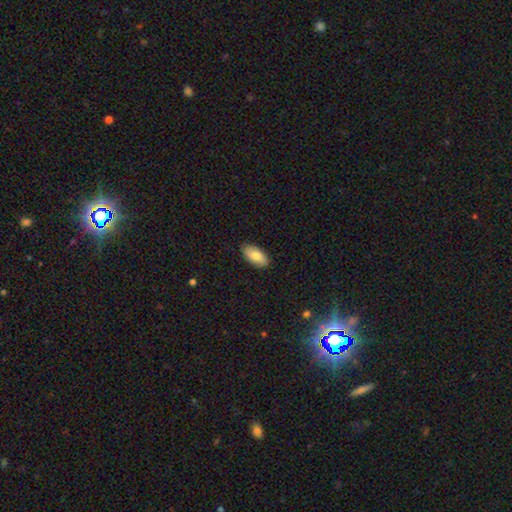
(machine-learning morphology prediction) type=smooth (80%); roundness=in between (92%); merging=none (88%).